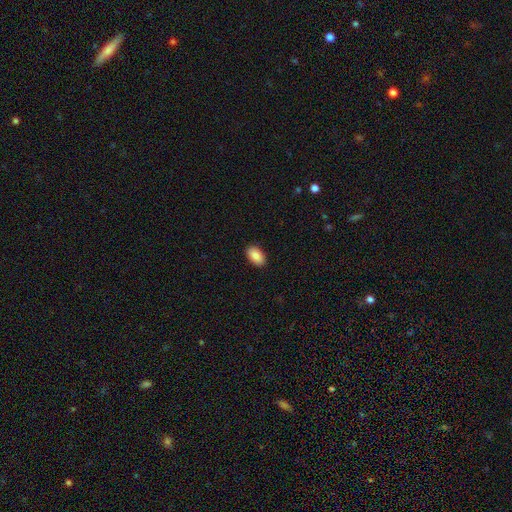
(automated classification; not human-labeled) Smooth or featured?
  - smooth: 88% *
  - star or artifact: 7%
  - featured or disk: 5%
How rounded?
  - in between: 93% *
  - round: 5%
  - cigar-shaped: 1%
Merging?
  - none: 90% *
  - minor disturbance: 7%
  - major disturbance: 2%
  - merger: 1%